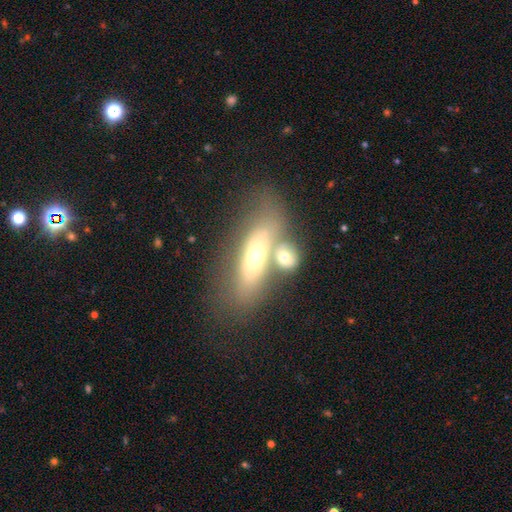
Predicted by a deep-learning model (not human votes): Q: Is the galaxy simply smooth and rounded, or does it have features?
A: smooth — 48%.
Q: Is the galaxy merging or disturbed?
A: merger — 49%.